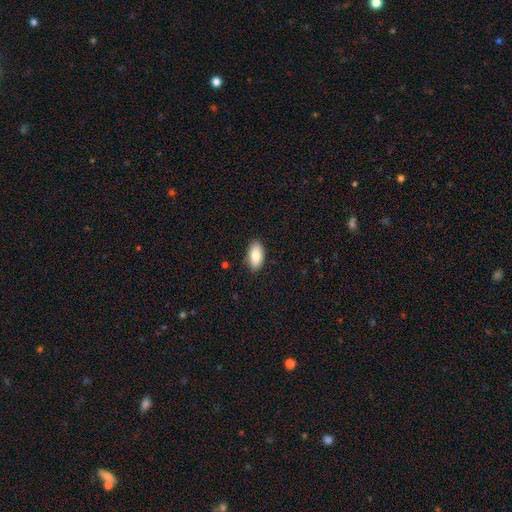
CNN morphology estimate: This is clearly a smooth galaxy (83%). How rounded: clearly in between (93%). Merging: clearly none (88%).